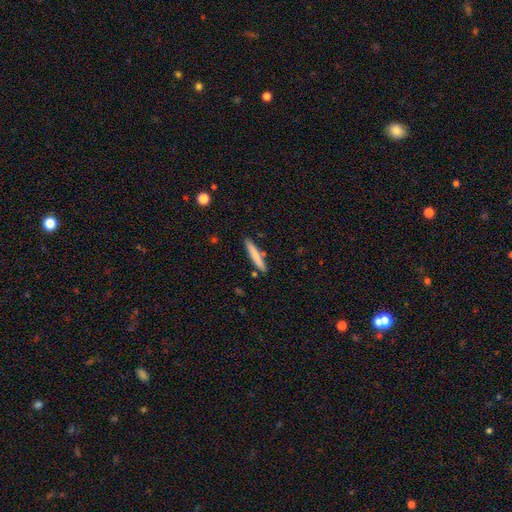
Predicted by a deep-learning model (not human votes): Smooth or featured?
  - smooth: 78% *
  - featured or disk: 16%
  - star or artifact: 6%
How rounded?
  - cigar-shaped: 92% *
  - in between: 7%
  - round: 1%
Merging?
  - none: 84% *
  - minor disturbance: 10%
  - merger: 4%
  - major disturbance: 2%